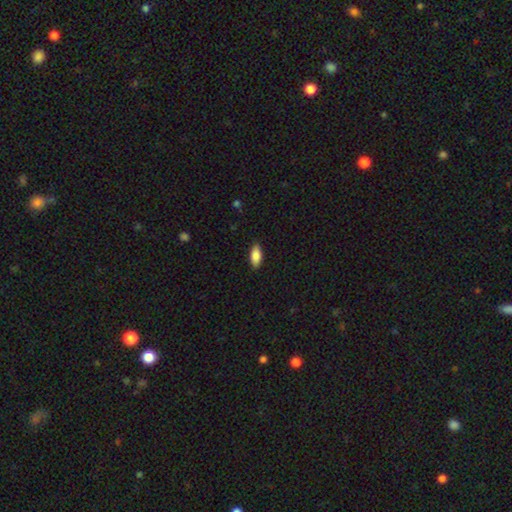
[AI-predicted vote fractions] This appears to be a smooth galaxy with no disk features (84%) that is in between round and cigar-shaped (84%). Merging: none (88%).